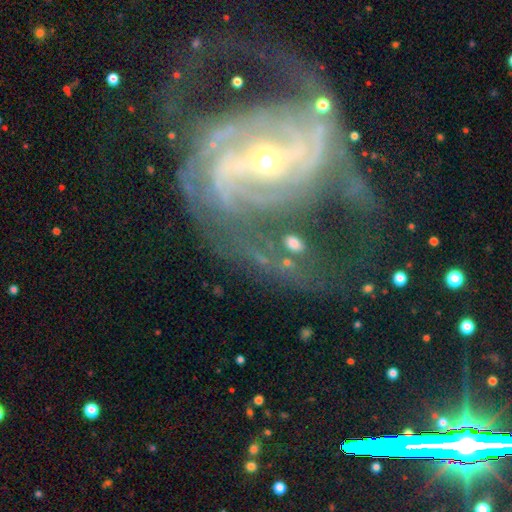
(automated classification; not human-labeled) smooth_or_featured: featured or disk (p=0.88) [alt: star or artifact p=0.07]
disk_edge_on: no (p=0.97) [alt: yes p=0.03]
bar: strong (p=0.42) [alt: weak p=0.32]
has_spiral_arms: yes (p=0.96) [alt: no p=0.04]
spiral_winding: medium (p=0.43) [alt: tight p=0.41]
spiral_arm_count: 2 (p=0.37) [alt: 3 p=0.19]
bulge_size: small (p=0.72) [alt: moderate p=0.24]
merging: none (p=0.43) [alt: major disturbance p=0.32]